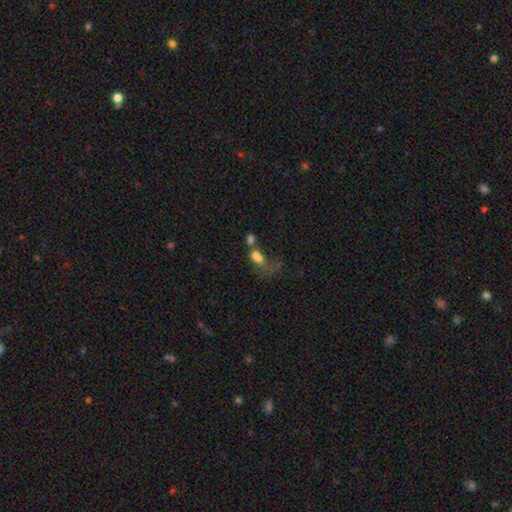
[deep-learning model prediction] Smooth or featured?
  - smooth: 69% *
  - featured or disk: 17%
  - star or artifact: 14%
How rounded?
  - in between: 73% *
  - round: 23%
  - cigar-shaped: 4%
Merging?
  - merger: 58% *
  - major disturbance: 17%
  - none: 16%
  - minor disturbance: 9%